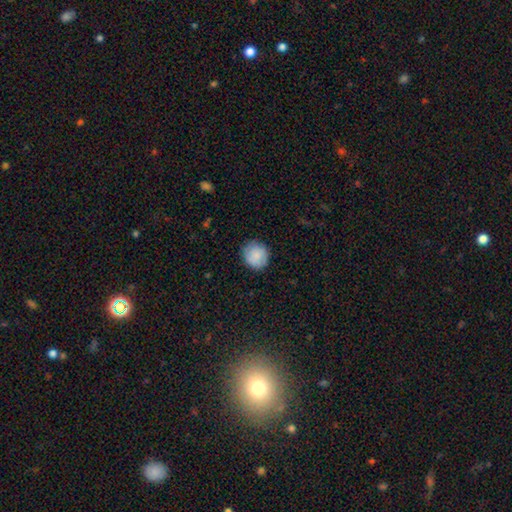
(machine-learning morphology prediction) The model was most divided on "merging": none: 84%, minor disturbance: 13%, major disturbance: 3%, merger: 1%. More confident: how rounded — round (85%); smooth or featured — smooth (84%).